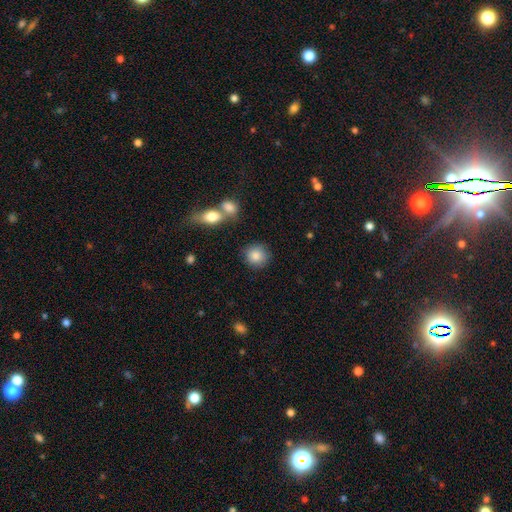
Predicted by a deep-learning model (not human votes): This appears to be a smooth galaxy with no disk features (86%) that is round (87%). Merging: none (80%).